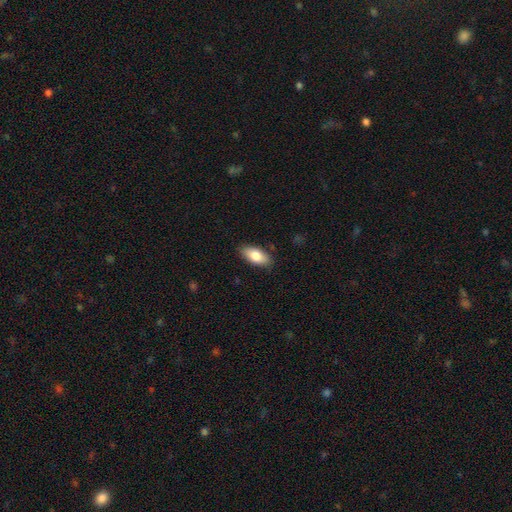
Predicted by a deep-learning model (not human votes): smooth 81%, featured or disk 12%, star or artifact 6%. Down the decision tree: how rounded — in between (90%); merging — none (86%).